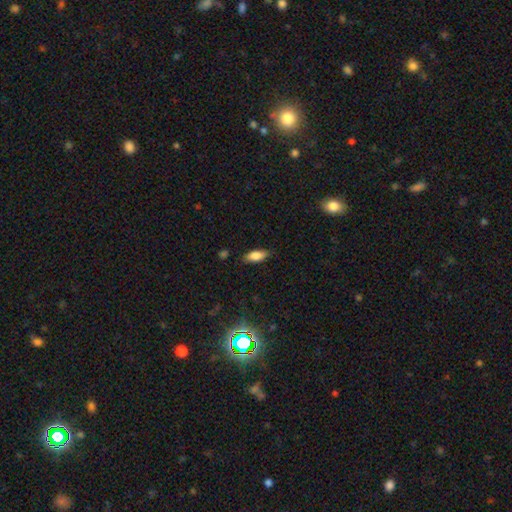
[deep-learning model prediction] Smooth or featured: smooth — 81% (featured or disk — 10%)
How rounded: in between — 79% (cigar-shaped — 18%)
Merging: none — 80% (minor disturbance — 15%)